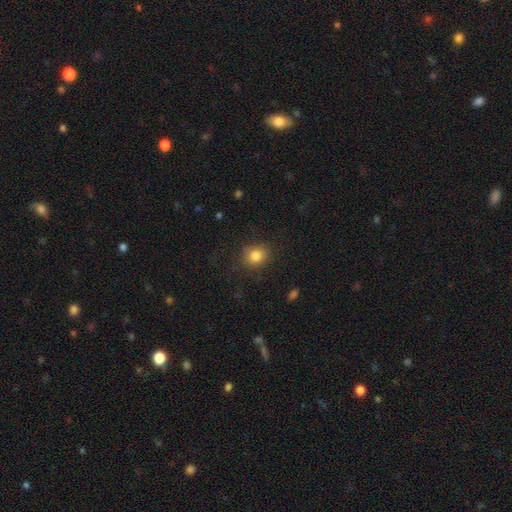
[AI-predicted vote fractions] smooth 83%, star or artifact 11%, featured or disk 6%. Down the decision tree: how rounded — round (76%); merging — none (82%).